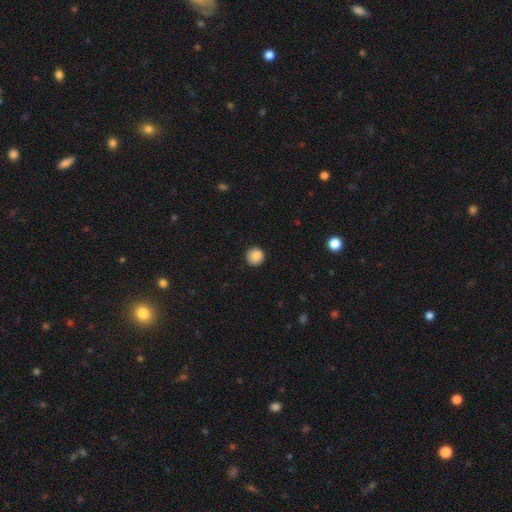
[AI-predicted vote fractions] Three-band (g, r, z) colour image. It shows a smooth galaxy with no disk features (87%) that is round (94%). Merging: none (88%).